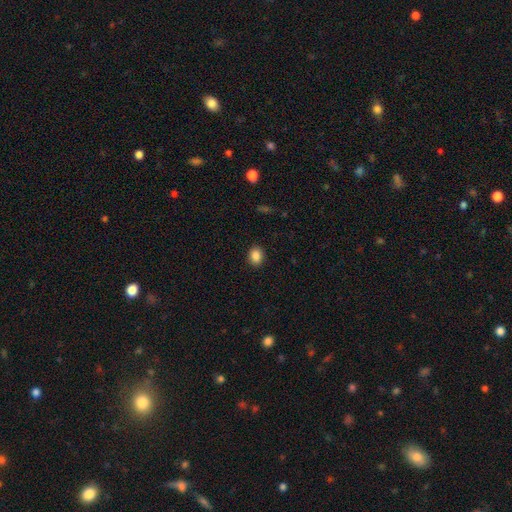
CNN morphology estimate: Smooth or featured: smooth — 87% (star or artifact — 9%)
How rounded: round — 52% (in between — 47%)
Merging: none — 90% (minor disturbance — 7%)